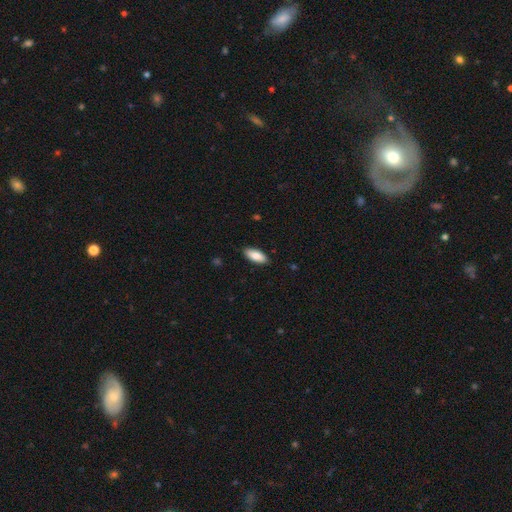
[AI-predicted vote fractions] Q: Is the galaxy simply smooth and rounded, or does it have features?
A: smooth — 81%.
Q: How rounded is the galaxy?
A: in between — 86%.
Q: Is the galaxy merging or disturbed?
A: none — 88%.